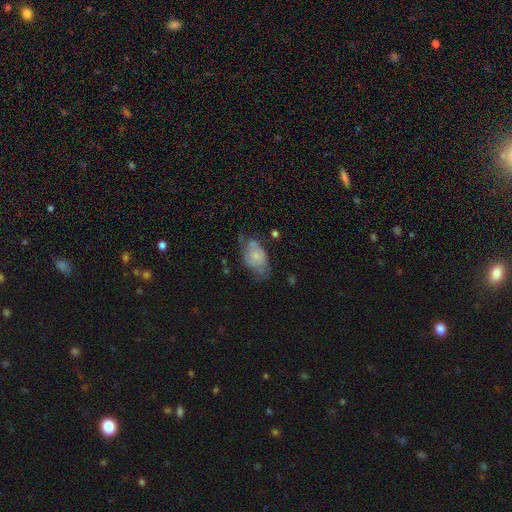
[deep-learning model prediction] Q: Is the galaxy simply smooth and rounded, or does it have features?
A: smooth — 63%.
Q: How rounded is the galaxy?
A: in between — 90%.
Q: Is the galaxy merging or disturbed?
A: none — 40%.